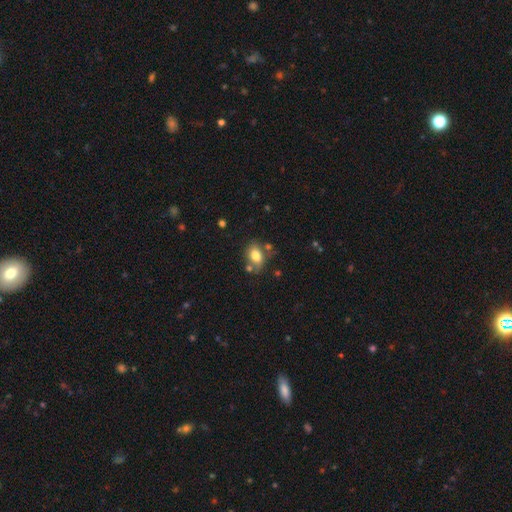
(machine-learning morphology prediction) smooth_or_featured: smooth (p=0.77) [alt: featured or disk p=0.14]
how_rounded: in between (p=0.79) [alt: round p=0.18]
merging: none (p=0.66) [alt: minor disturbance p=0.17]